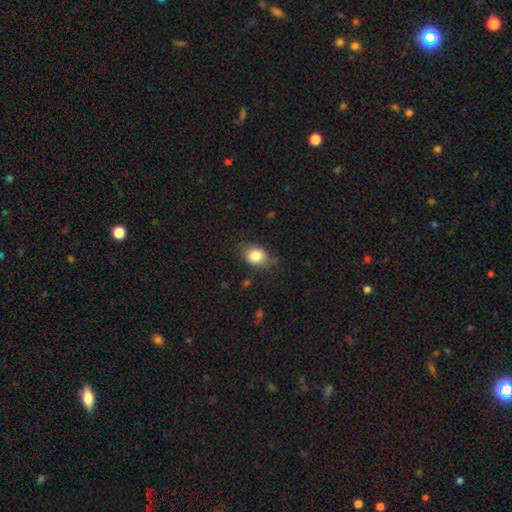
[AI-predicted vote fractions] Smooth or featured?
  - smooth: 81% *
  - featured or disk: 10%
  - star or artifact: 9%
How rounded?
  - in between: 66% *
  - round: 33%
  - cigar-shaped: 1%
Merging?
  - none: 67% *
  - minor disturbance: 25%
  - major disturbance: 6%
  - merger: 2%